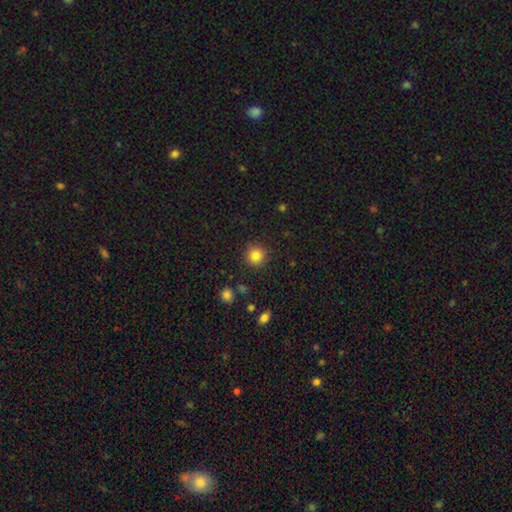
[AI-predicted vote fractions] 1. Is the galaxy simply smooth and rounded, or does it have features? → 84% smooth, 11% star or artifact, 5% featured or disk.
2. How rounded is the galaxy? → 93% round, 6% in between, 1% cigar-shaped.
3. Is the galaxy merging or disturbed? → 90% none, 7% minor disturbance, 2% major disturbance, 2% merger.